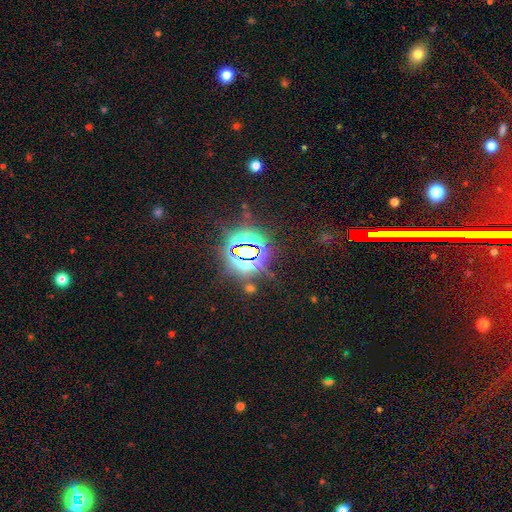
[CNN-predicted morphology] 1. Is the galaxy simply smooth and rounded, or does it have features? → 82% star or artifact, 10% smooth, 8% featured or disk.